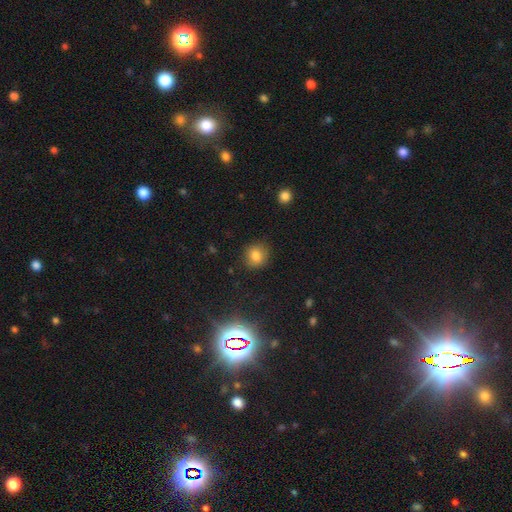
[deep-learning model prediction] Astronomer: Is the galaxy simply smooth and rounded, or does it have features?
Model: smooth — 80%.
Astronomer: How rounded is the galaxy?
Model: round — 83%.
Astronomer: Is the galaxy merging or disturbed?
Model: none — 85%.